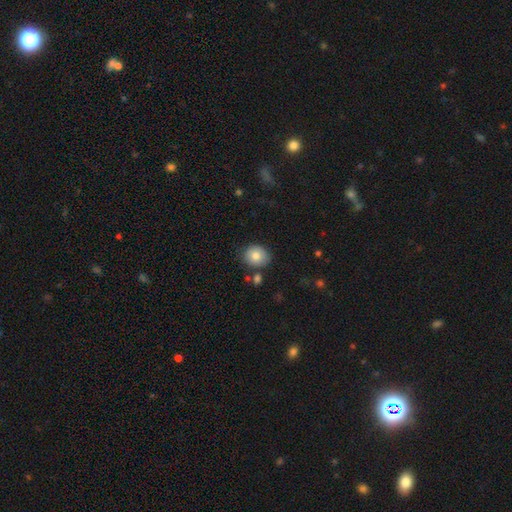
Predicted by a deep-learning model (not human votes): smooth_or_featured: smooth (p=0.80) [alt: featured or disk p=0.11]
how_rounded: round (p=0.76) [alt: in between p=0.24]
merging: none (p=0.79) [alt: minor disturbance p=0.13]